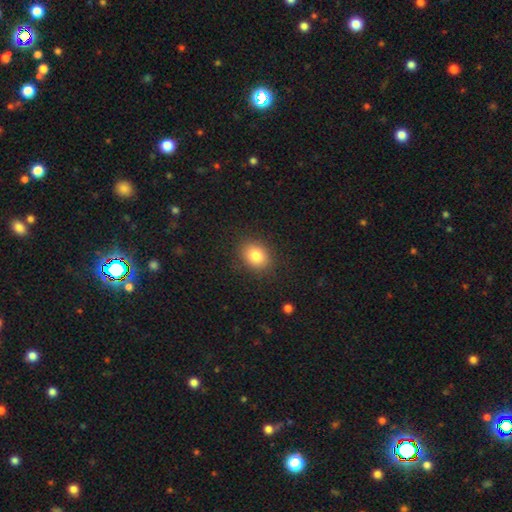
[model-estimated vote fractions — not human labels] smooth-or-featured: smooth: 82% | star or artifact: 10% | featured or disk: 8%
  how-rounded: round: 51% | in between: 48% | cigar-shaped: 1%
  merging: none: 86% | minor disturbance: 10% | major disturbance: 3% | merger: 1%